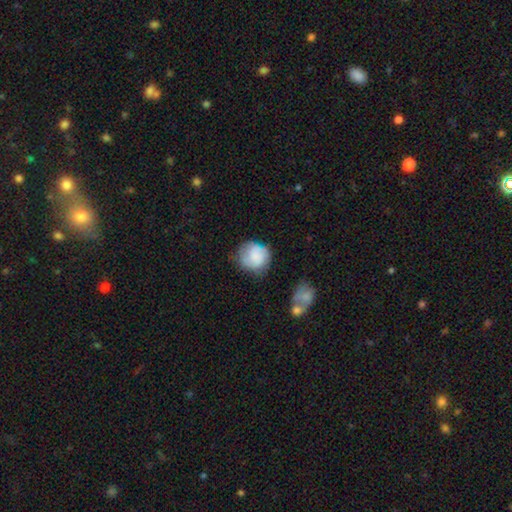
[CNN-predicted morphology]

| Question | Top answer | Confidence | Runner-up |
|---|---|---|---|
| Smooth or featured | smooth | 62% | featured or disk (31%) |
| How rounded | round | 81% | in between (18%) |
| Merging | none | 61% | minor disturbance (25%) |